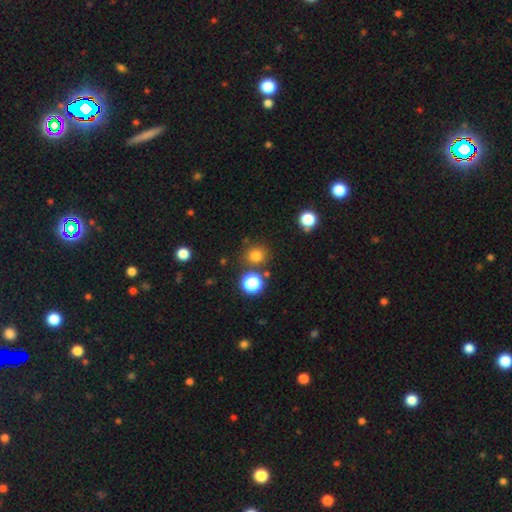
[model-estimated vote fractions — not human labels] smooth_or_featured: smooth (p=0.77) [alt: star or artifact p=0.17]
how_rounded: round (p=0.89) [alt: in between p=0.10]
merging: none (p=0.81) [alt: minor disturbance p=0.08]